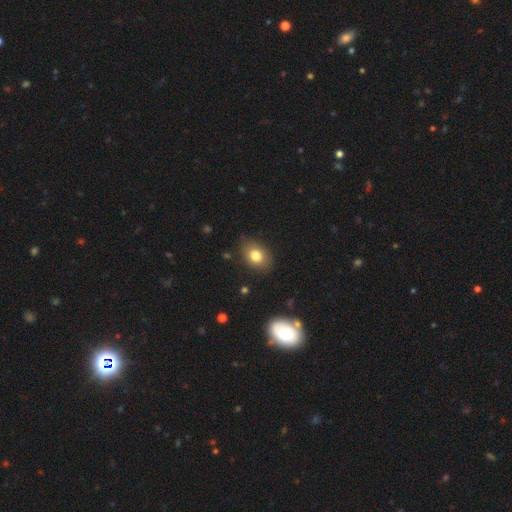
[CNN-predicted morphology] smooth_or_featured: smooth (p=0.79) [alt: featured or disk p=0.11]
how_rounded: in between (p=0.69) [alt: round p=0.30]
merging: none (p=0.80) [alt: minor disturbance p=0.15]